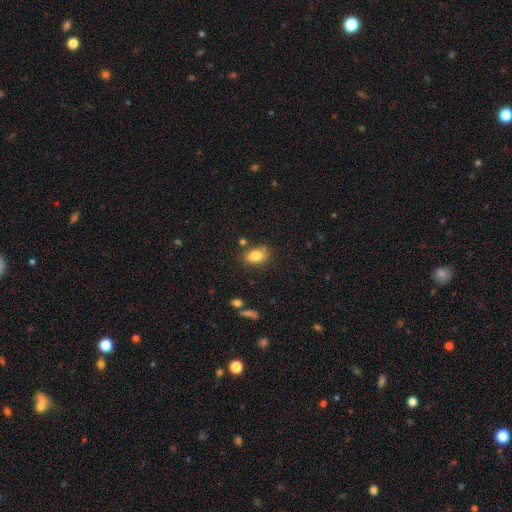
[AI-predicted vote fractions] A smooth galaxy with no disk features (82%) that is in between round and cigar-shaped (85%).

Vote fractions:
- Smooth or featured? smooth: 82% / featured or disk: 10% / star or artifact: 9%
- How rounded? in between: 85% / round: 12% / cigar-shaped: 3%
- Merging? none: 72% / minor disturbance: 18% / merger: 5% / major disturbance: 4%